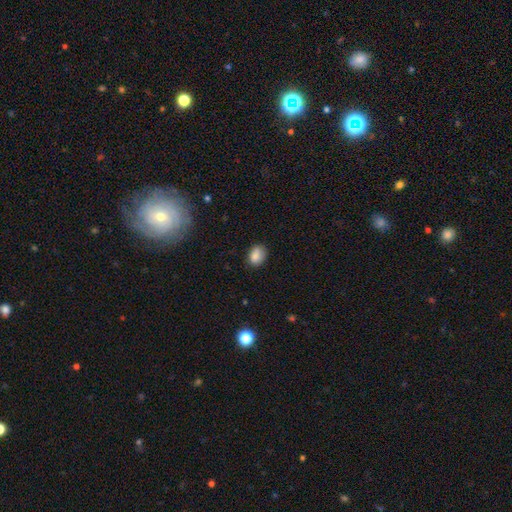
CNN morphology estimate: This appears to be a smooth galaxy with no disk features (86%) that is in between round and cigar-shaped (73%). Merging: none (76%).